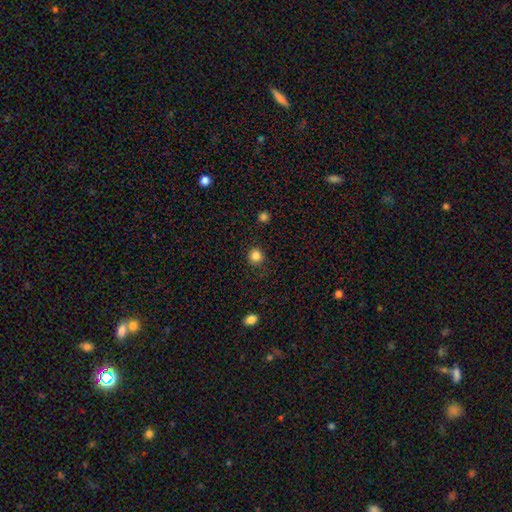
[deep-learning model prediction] Morphology: type=smooth (84%); roundness=round (92%); merging=none (87%).